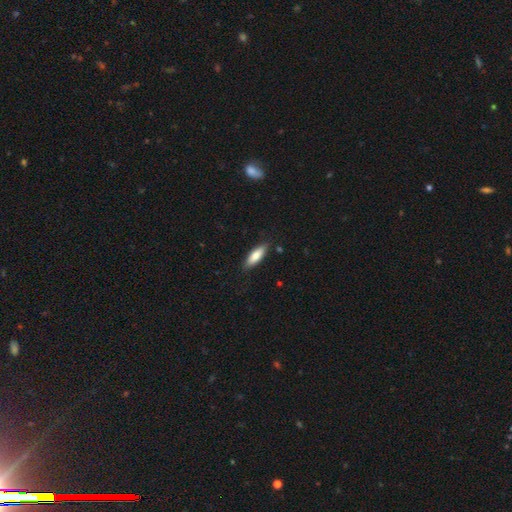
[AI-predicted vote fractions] smooth 77%, featured or disk 17%, star or artifact 6%. Down the decision tree: how rounded — in between (54%); merging — none (84%).